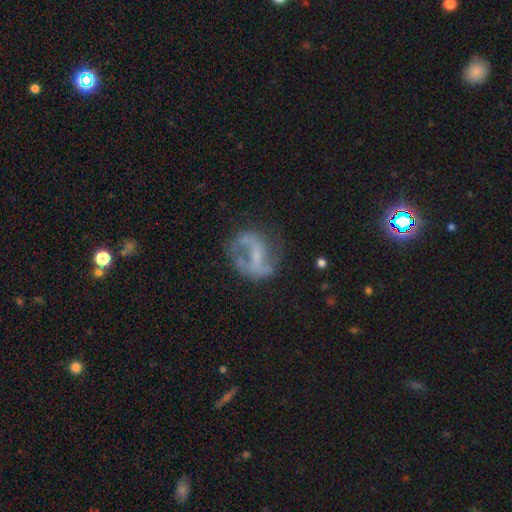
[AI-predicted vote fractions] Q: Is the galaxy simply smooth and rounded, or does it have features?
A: featured or disk — 74%.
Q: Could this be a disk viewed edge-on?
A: no — 97%.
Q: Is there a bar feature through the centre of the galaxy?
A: weak — 43%.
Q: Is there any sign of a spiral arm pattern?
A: yes — 79%.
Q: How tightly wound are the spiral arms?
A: loose — 52%.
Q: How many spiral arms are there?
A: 2 — 77%.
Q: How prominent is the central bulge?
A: small — 41%.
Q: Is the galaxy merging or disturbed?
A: none — 58%.